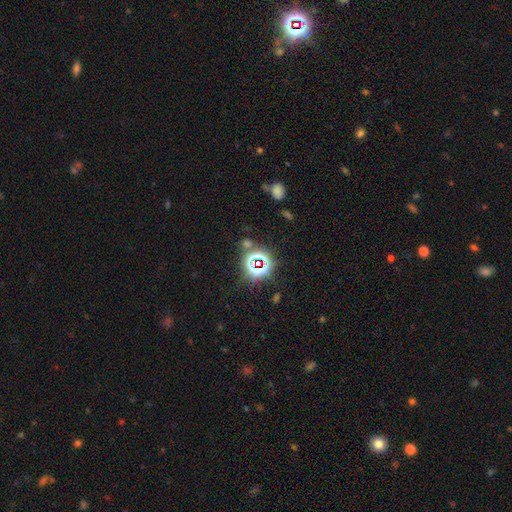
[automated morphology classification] The model was most divided on "smooth or featured": star or artifact: 79%, smooth: 13%, featured or disk: 8%.